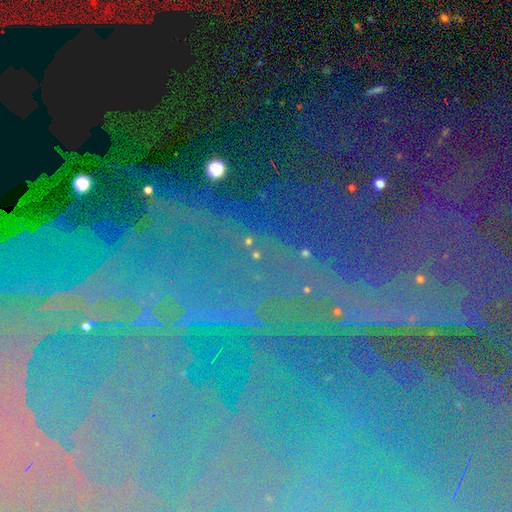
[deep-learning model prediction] Morphology: type=star or artifact (84%).